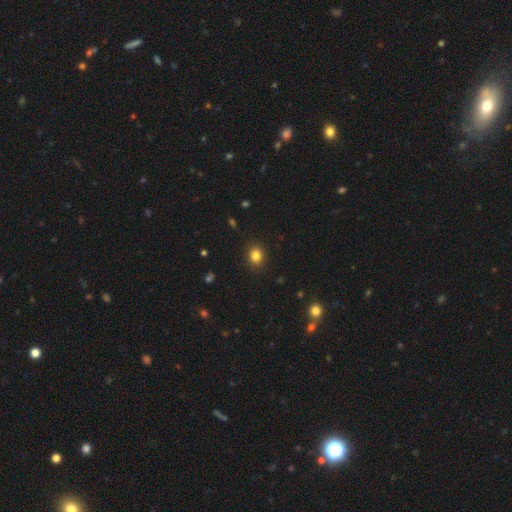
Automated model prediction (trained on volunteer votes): A smooth galaxy with no disk features (83%) that is round (71%). Merging: none (90%).